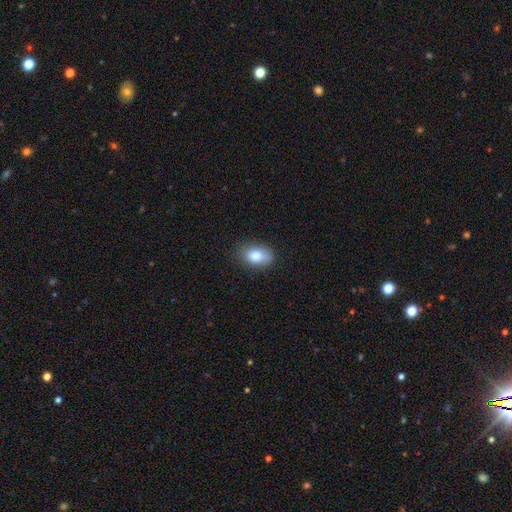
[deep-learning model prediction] This appears to be a smooth galaxy with no disk features (82%) that is in between round and cigar-shaped (85%). Merging: none (79%).